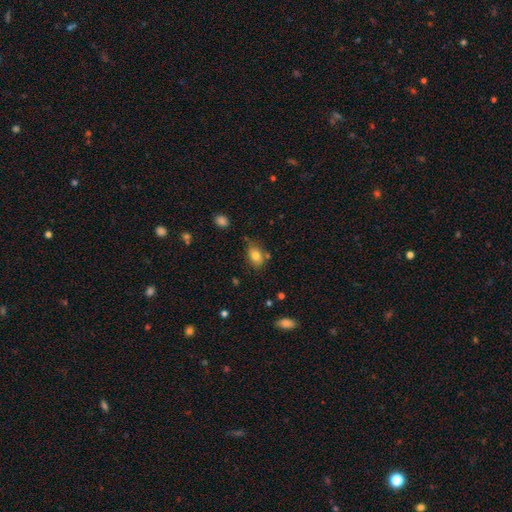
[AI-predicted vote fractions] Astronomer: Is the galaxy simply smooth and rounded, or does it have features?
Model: smooth — 80%.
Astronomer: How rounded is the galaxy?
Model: in between — 84%.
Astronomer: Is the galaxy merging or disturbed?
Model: none — 67%.